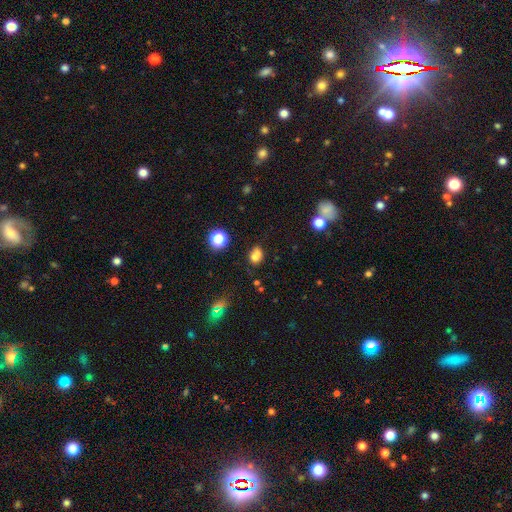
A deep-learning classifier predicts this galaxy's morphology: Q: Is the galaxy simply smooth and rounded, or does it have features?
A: smooth — 71%.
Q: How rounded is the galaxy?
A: in between — 52%.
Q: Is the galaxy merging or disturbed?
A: none — 42%.